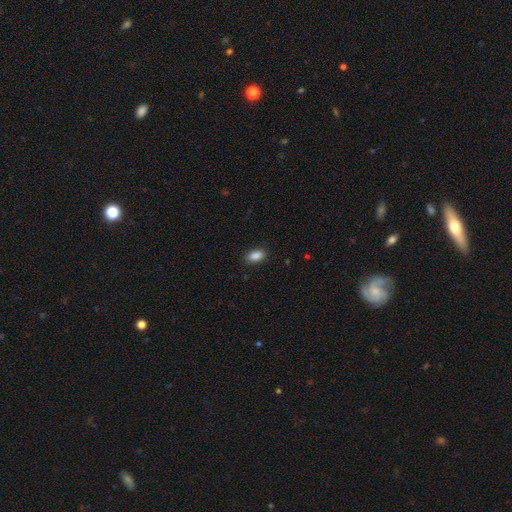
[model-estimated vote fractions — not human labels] A smooth galaxy with no disk features (88%) that is in between round and cigar-shaped (91%). Merging: none (88%).